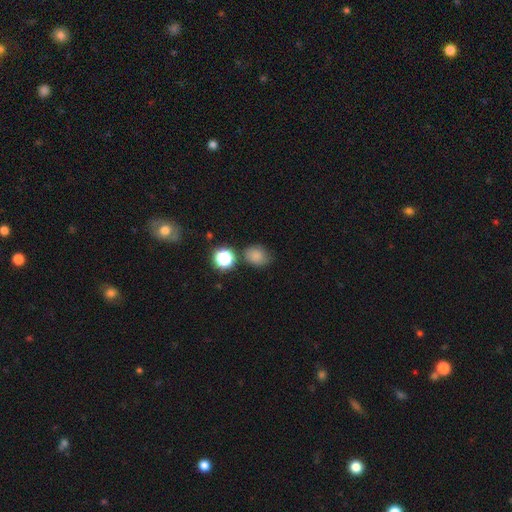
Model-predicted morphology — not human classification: Overall: smooth (77%). How rounded: round (57%; in between 42%). Merging: none (66%).